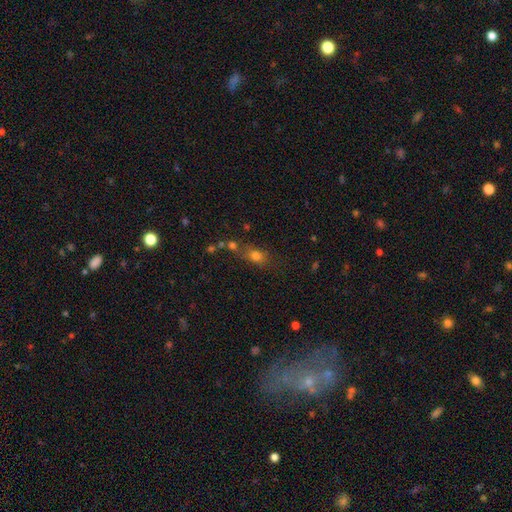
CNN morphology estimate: This is likely a smooth galaxy (70%). How rounded: possibly in between (55%). Merging: possibly none (53%).